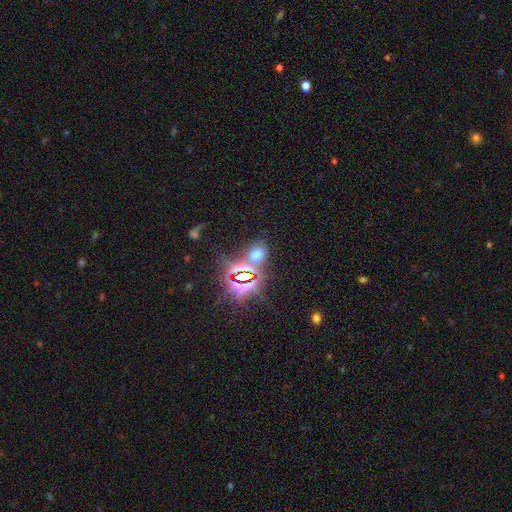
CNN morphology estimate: A star or artifact, not a galaxy (60%).